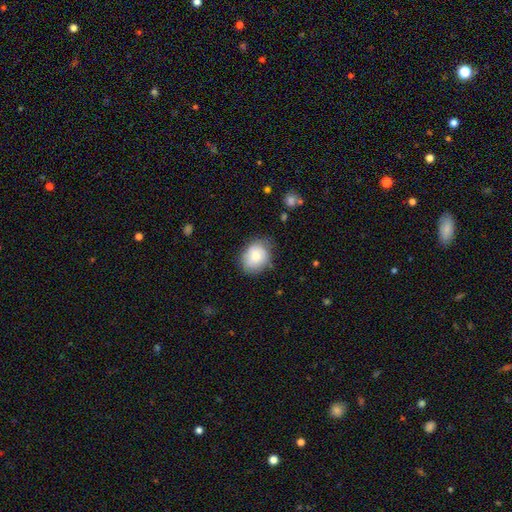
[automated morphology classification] Smooth or featured? Predicted: smooth (p=0.76). How rounded? Predicted: in between (p=0.50). Merging? Predicted: none (p=0.69).